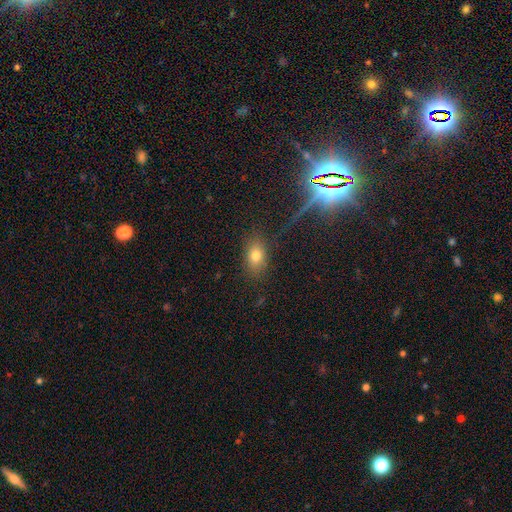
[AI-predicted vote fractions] This is likely a smooth galaxy (76%). How rounded: likely in between (79%). Merging: clearly none (82%).